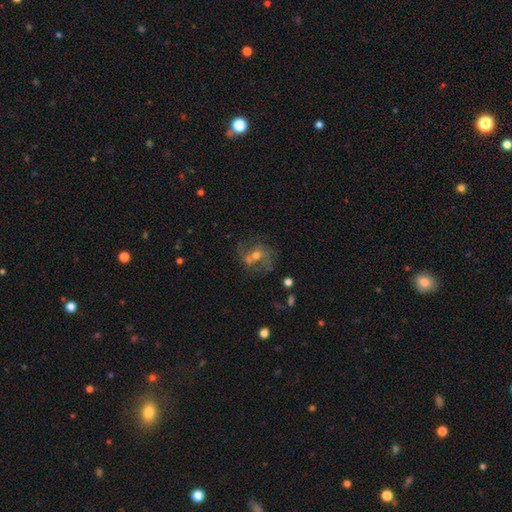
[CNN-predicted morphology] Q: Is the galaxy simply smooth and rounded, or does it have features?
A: featured or disk — 63%.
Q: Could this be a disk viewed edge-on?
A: no — 96%.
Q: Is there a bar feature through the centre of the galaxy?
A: no — 52%.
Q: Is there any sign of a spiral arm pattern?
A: yes — 73%.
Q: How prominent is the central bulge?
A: moderate — 55%.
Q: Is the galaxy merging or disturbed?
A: none — 56%.